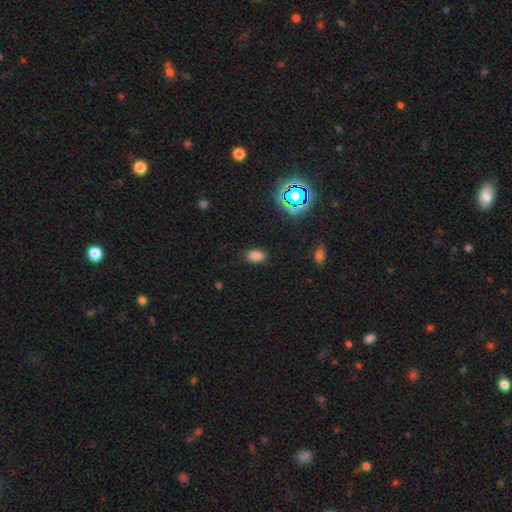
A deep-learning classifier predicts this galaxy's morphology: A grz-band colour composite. It shows a smooth galaxy with no disk features (79%) that is in between round and cigar-shaped (89%). Merging: none (87%).